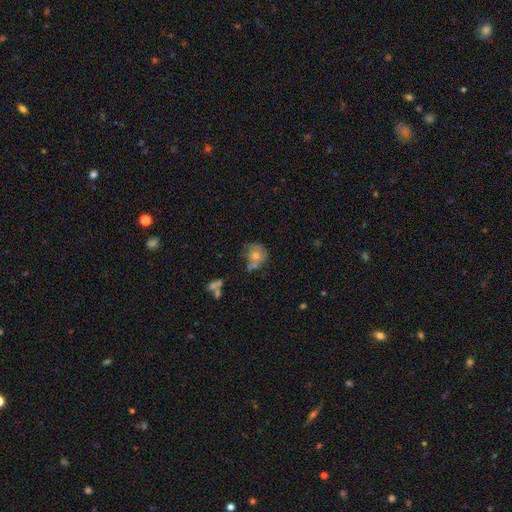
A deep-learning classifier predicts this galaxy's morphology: Smooth or featured? smooth (64%)
How rounded? round (78%)
Merging? none (46%)